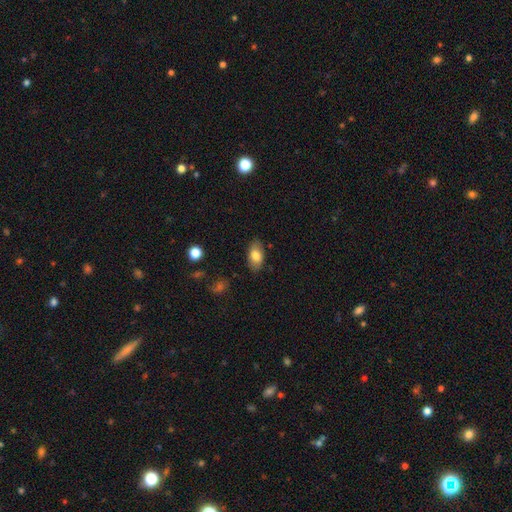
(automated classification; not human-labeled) A smooth galaxy with no disk features (80%) that is in between round and cigar-shaped (92%).

Vote fractions:
- Smooth or featured? smooth: 80% / featured or disk: 13% / star or artifact: 7%
- How rounded? in between: 92% / round: 5% / cigar-shaped: 2%
- Merging? none: 83% / minor disturbance: 13% / major disturbance: 3% / merger: 1%